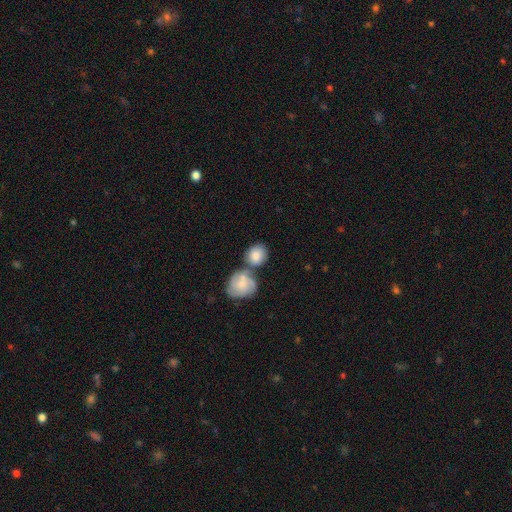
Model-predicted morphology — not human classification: Smooth or featured? smooth (79%)
How rounded? round (72%)
Merging? merger (42%, tied with none)